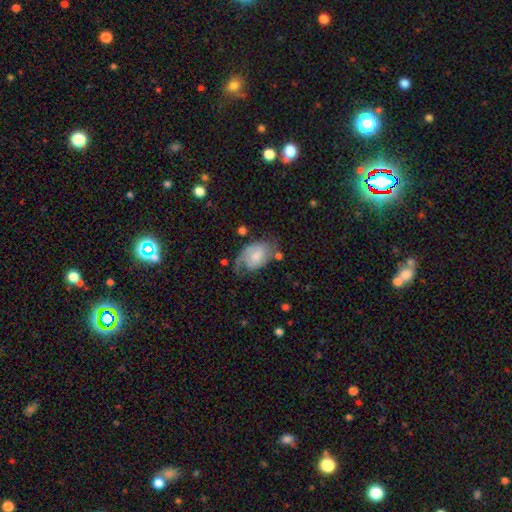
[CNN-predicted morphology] Q: Smooth or featured?
A: featured or disk (61%); runner-up: smooth (31%)
Q: Edge-on disk?
A: no (96%); runner-up: yes (4%)
Q: Bar?
A: no (51%); runner-up: weak (41%)
Q: Spiral arms?
A: yes (89%); runner-up: no (11%)
Q: Spiral winding?
A: medium (43%); runner-up: tight (29%)
Q: Spiral arm count?
A: 2 (49%); runner-up: 1 (37%)
Q: Bulge size?
A: moderate (31%); runner-up: small (29%)
Q: Merging?
A: none (46%); runner-up: minor disturbance (26%)